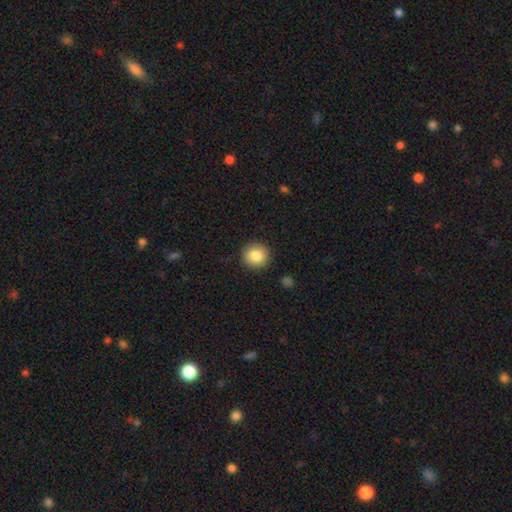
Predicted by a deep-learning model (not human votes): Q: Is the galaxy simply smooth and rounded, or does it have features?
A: smooth — 85%.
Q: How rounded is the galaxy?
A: round — 92%.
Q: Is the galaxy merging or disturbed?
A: none — 91%.